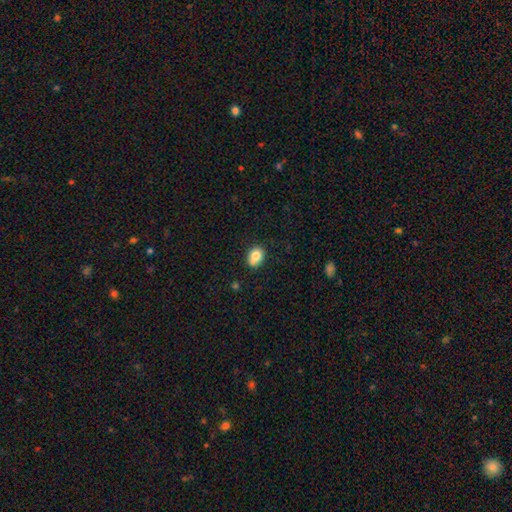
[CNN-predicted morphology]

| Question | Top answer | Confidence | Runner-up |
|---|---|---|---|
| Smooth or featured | smooth | 82% | star or artifact (9%) |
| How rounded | in between | 65% | round (34%) |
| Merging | none | 73% | minor disturbance (19%) |